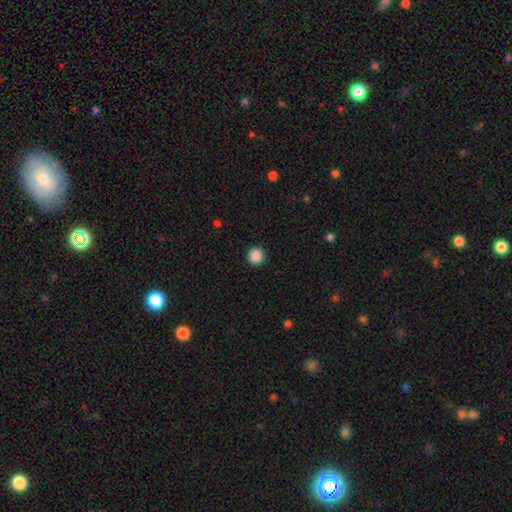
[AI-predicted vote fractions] A smooth galaxy with no disk features (88%) that is round (96%). Merging: none (93%).